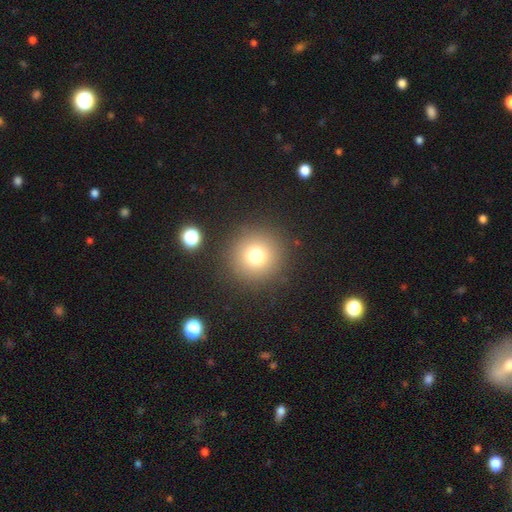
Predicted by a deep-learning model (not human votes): A smooth galaxy with no disk features (74%) that is round (95%). Merging: none (88%).